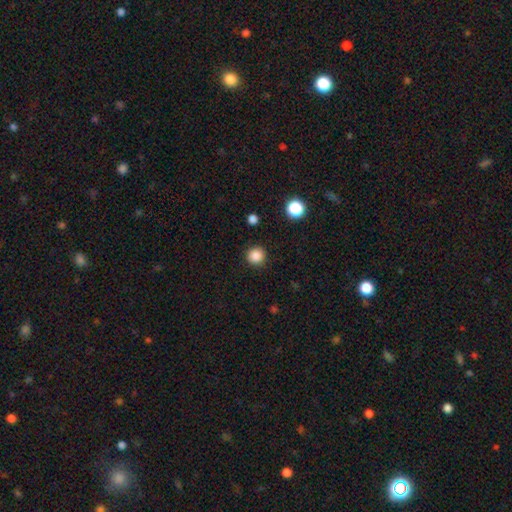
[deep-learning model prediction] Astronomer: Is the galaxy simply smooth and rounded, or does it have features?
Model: smooth — 86%.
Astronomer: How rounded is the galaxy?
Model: round — 95%.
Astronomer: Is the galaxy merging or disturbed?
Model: none — 91%.